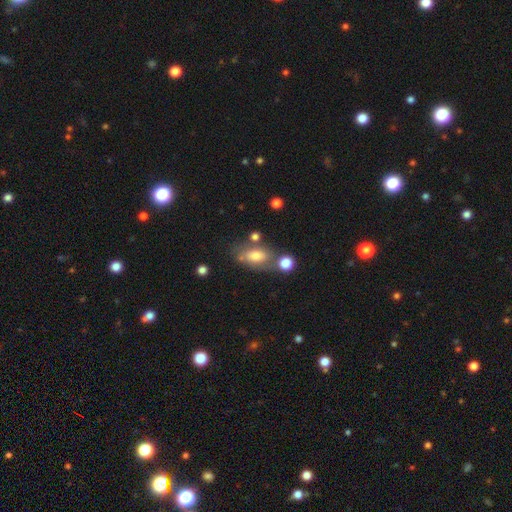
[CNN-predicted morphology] This appears to be a smooth galaxy with no disk features (71%) that is in between round and cigar-shaped (85%). Merging: none (53%).